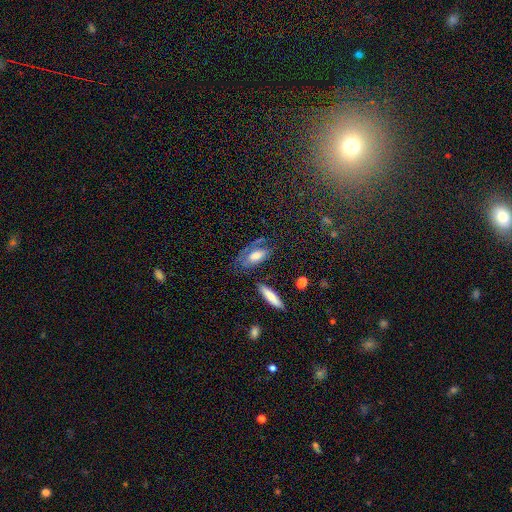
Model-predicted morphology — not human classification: A smooth galaxy with no disk features (56%) that is in between round and cigar-shaped (84%). Merging: none (51%).